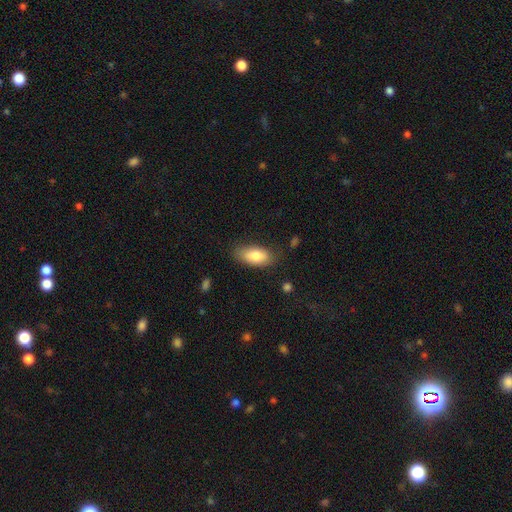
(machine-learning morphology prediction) A smooth galaxy with no disk features (79%) that is in between round and cigar-shaped (89%). Merging: none (77%).